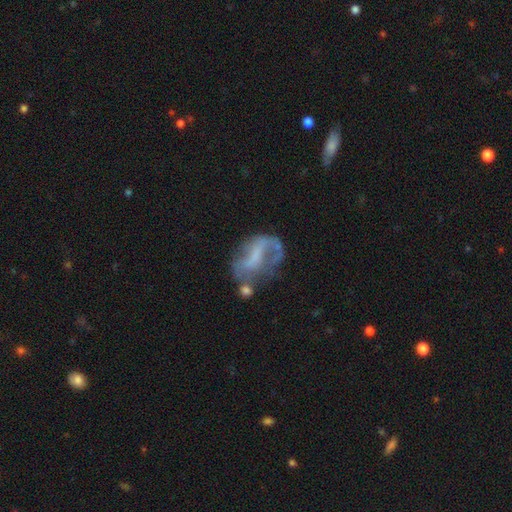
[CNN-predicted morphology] featured or disk 63%, smooth 26%, star or artifact 11%. Down the decision tree: edge-on disk — no (96%); bar — no (45%); spiral arms — yes (54%); bulge size — none (52%); merging — none (33%).